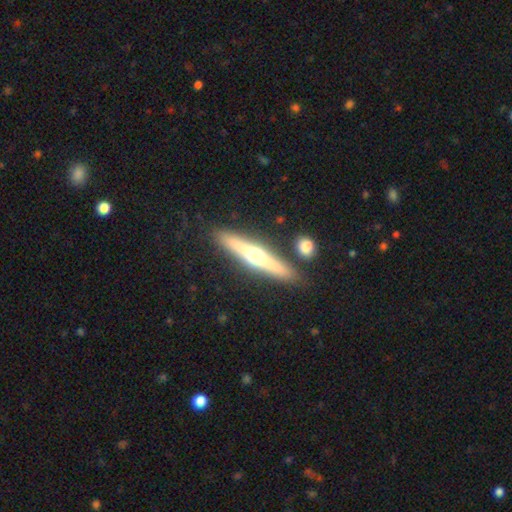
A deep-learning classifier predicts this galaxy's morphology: type=featured or disk (68%); edge-on=yes (97%); edge-on bulge=rounded (93%); merging=none (85%).